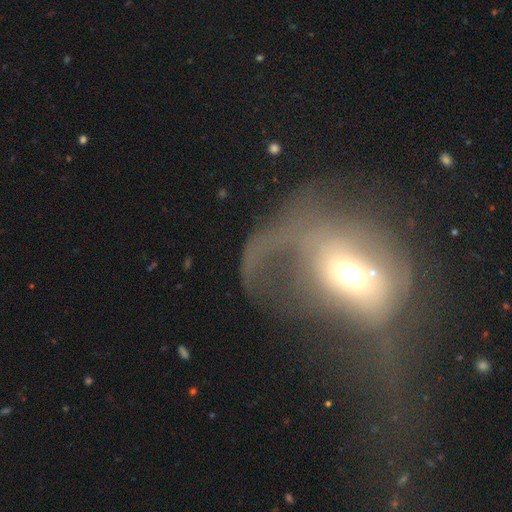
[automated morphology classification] This is possibly a featured or disk galaxy (47%). Merging: possibly major disturbance (59%).